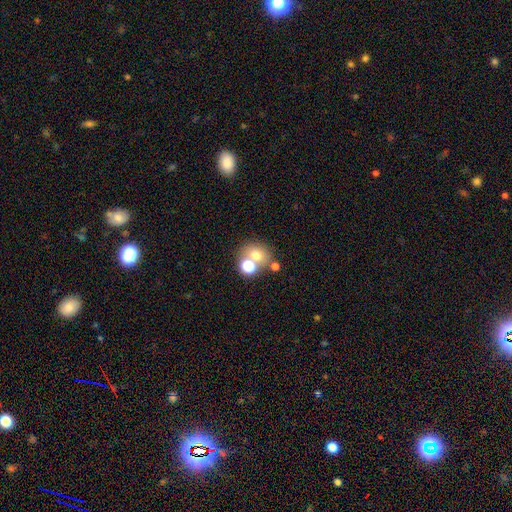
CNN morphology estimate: smooth-or-featured: smooth: 67% | star or artifact: 18% | featured or disk: 16%
  how-rounded: round: 70% | in between: 29% | cigar-shaped: 1%
  merging: none: 51% | merger: 37% | minor disturbance: 8% | major disturbance: 4%